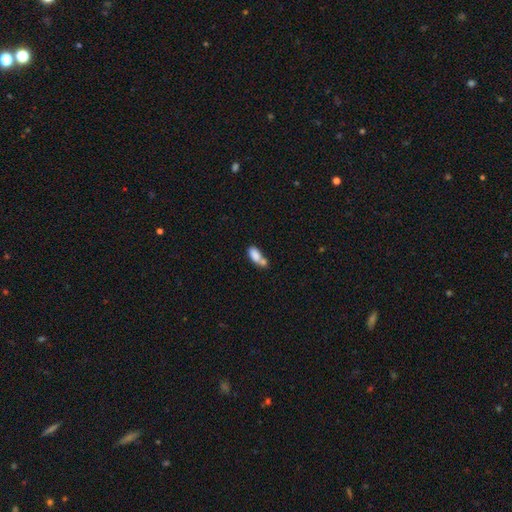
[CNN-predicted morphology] smooth 79%, featured or disk 12%, star or artifact 9%. Down the decision tree: how rounded — in between (84%); merging — merger (53%).